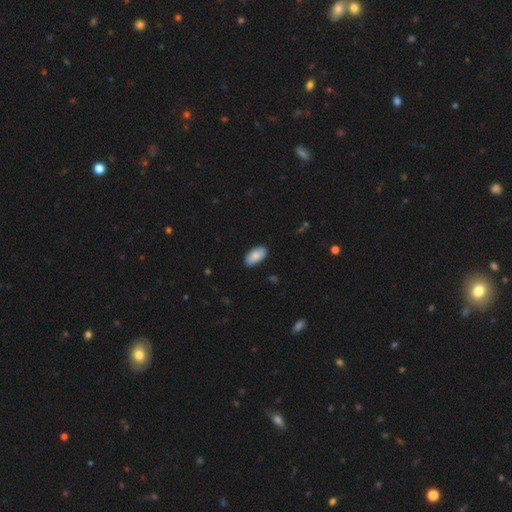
Smooth or featured: smooth — 92% (featured or disk — 5%)
How rounded: in between — 97% (cigar-shaped — 3%)
Merging: none — 97% (major disturbance — 3%)